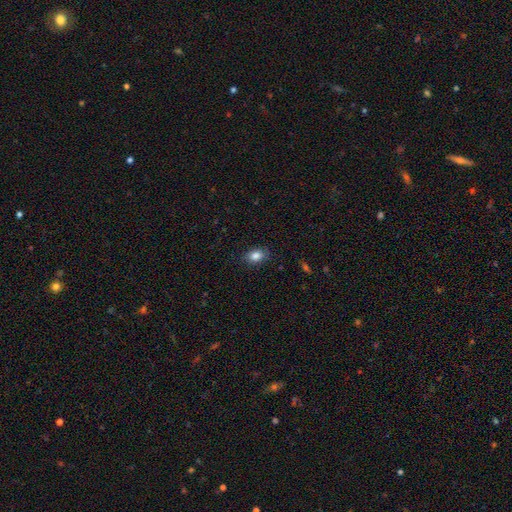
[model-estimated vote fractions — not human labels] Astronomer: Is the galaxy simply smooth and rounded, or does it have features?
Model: smooth — 84%.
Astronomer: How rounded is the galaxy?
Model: in between — 78%.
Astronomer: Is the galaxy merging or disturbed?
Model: none — 84%.